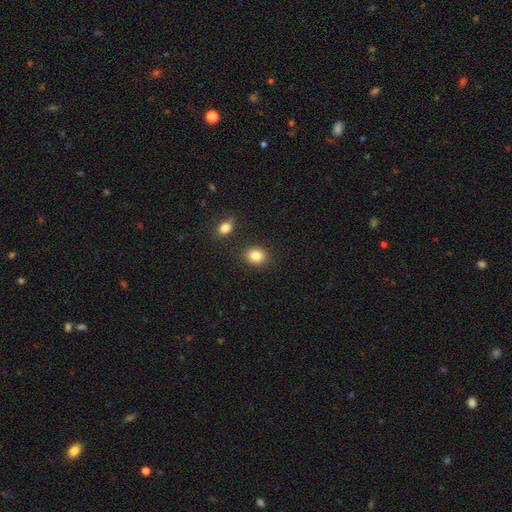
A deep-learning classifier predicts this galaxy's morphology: A smooth galaxy with no disk features (84%) that is round (60%).

Vote fractions:
- Smooth or featured? smooth: 84% / star or artifact: 10% / featured or disk: 6%
- How rounded? round: 60% / in between: 39% / cigar-shaped: 1%
- Merging? none: 85% / minor disturbance: 8% / merger: 4% / major disturbance: 2%